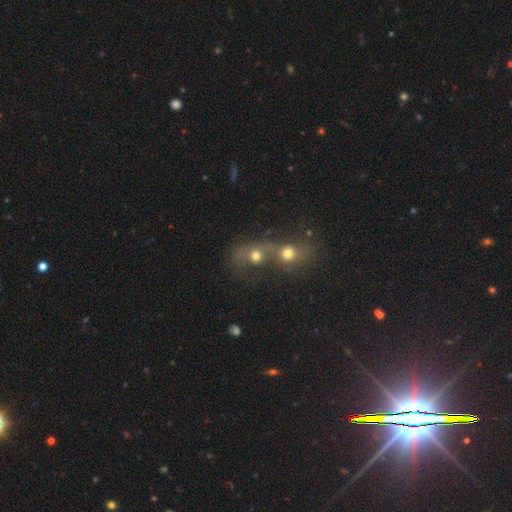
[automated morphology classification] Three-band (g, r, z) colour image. It shows a smooth galaxy with no disk features (65%) that is round (70%). Merging: merger (72%).